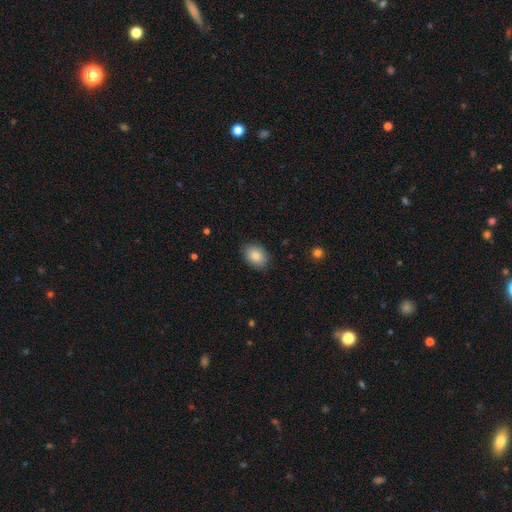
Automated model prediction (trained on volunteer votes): Smooth or featured?
  - smooth: 86% *
  - star or artifact: 8%
  - featured or disk: 7%
How rounded?
  - in between: 76% *
  - round: 23%
  - cigar-shaped: 1%
Merging?
  - none: 84% *
  - minor disturbance: 12%
  - major disturbance: 3%
  - merger: 1%